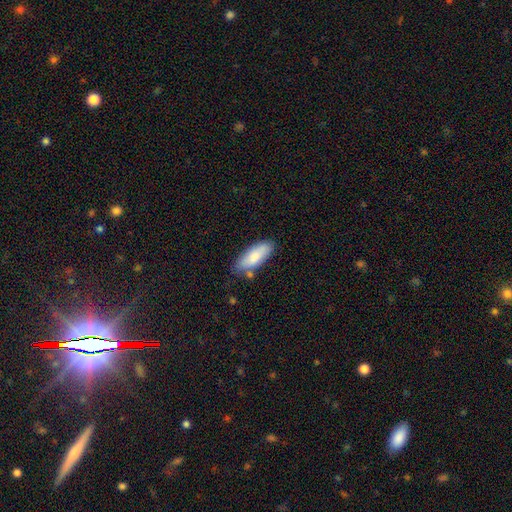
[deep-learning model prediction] A smooth galaxy with no disk features (81%) that is in between round and cigar-shaped (76%). Merging: none (74%).